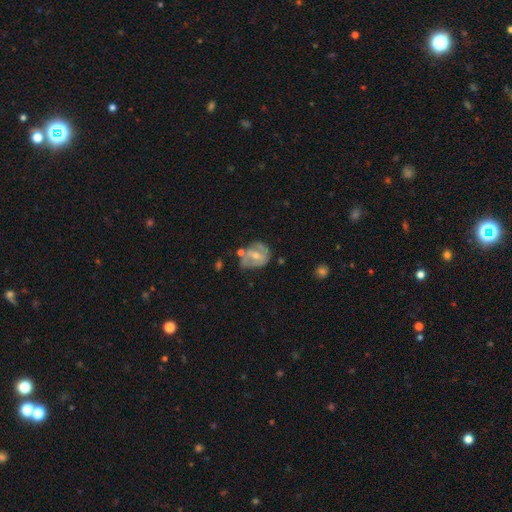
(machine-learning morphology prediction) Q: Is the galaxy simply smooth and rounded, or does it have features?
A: featured or disk — 63%.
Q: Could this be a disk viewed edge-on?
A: no — 96%.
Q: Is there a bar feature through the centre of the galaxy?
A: no — 45%.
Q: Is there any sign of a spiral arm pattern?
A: yes — 62%.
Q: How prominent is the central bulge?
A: moderate — 58%.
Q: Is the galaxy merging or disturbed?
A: none — 43%.